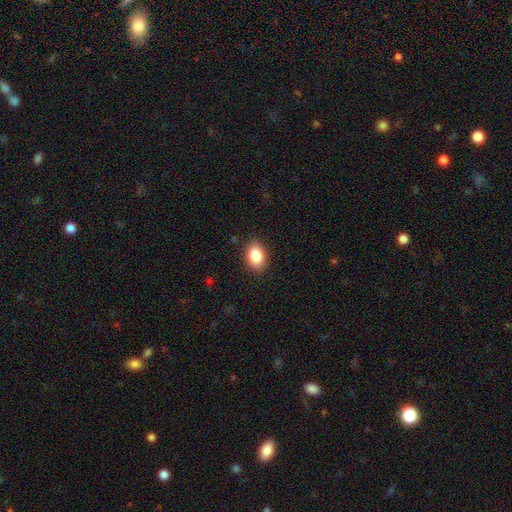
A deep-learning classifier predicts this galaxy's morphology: Smooth or featured: smooth — 87% (star or artifact — 8%)
How rounded: in between — 83% (round — 16%)
Merging: none — 88% (minor disturbance — 9%)